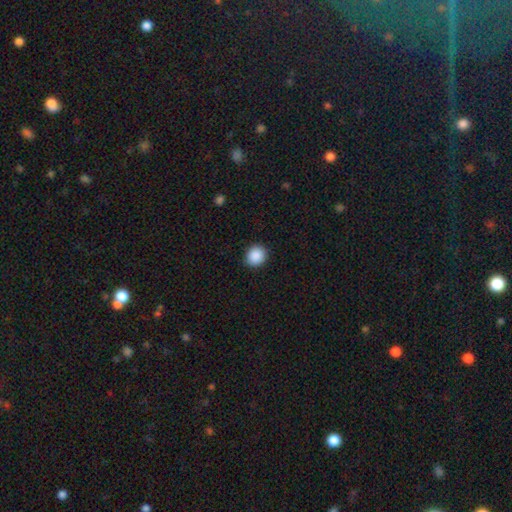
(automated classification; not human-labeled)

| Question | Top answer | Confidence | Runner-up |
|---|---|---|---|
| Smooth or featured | smooth | 90% | star or artifact (8%) |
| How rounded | round | 86% | in between (13%) |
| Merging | none | 90% | minor disturbance (7%) |